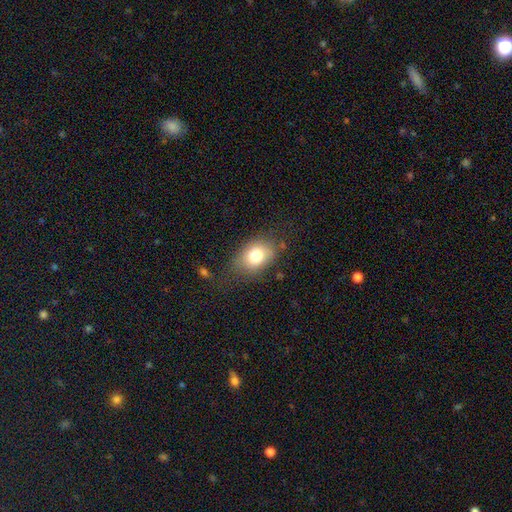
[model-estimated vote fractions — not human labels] A smooth galaxy with no disk features (76%) that is in between round and cigar-shaped (74%). Merging: none (68%).